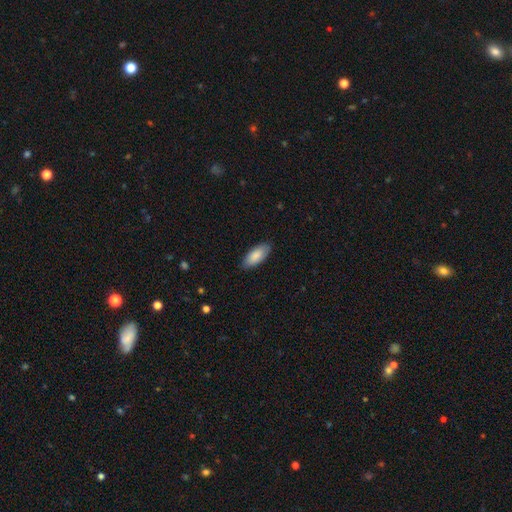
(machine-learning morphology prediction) smooth_or_featured: smooth (p=0.86) [alt: featured or disk p=0.08]
how_rounded: in between (p=0.86) [alt: cigar-shaped p=0.13]
merging: none (p=0.85) [alt: minor disturbance p=0.12]